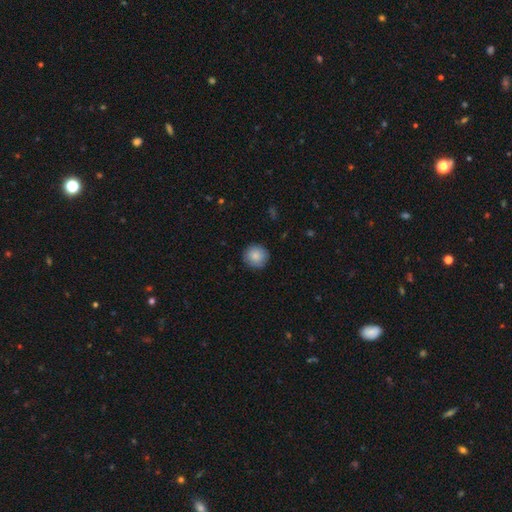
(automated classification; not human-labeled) smooth-or-featured: smooth: 86% | star or artifact: 7% | featured or disk: 7%
  how-rounded: round: 94% | in between: 5% | cigar-shaped: 1%
  merging: none: 89% | minor disturbance: 8% | major disturbance: 2% | merger: 1%